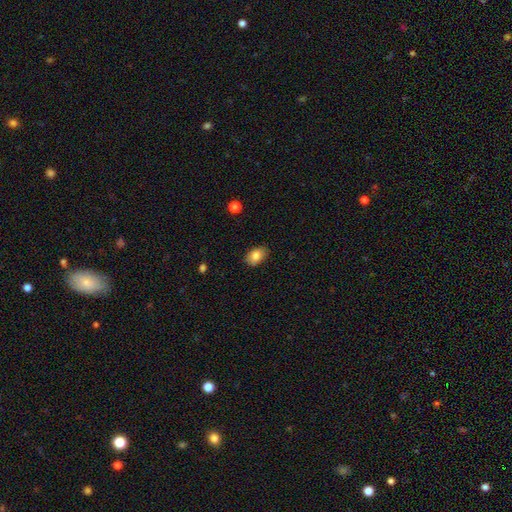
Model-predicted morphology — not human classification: A smooth galaxy with no disk features (82%) that is in between round and cigar-shaped (87%). Merging: none (85%).